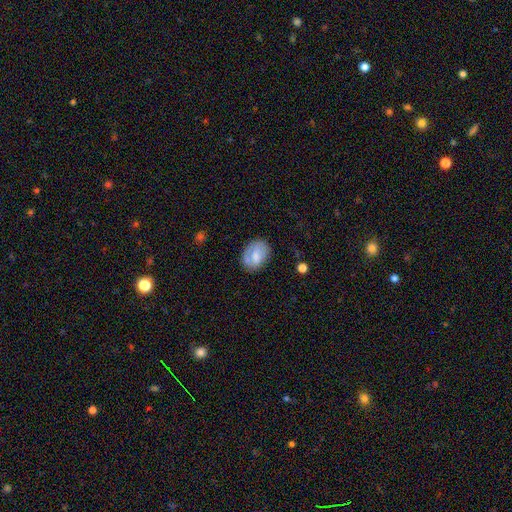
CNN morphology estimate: Smooth or featured: smooth — 66% (featured or disk — 26%)
How rounded: in between — 75% (round — 23%)
Merging: none — 62% (minor disturbance — 25%)